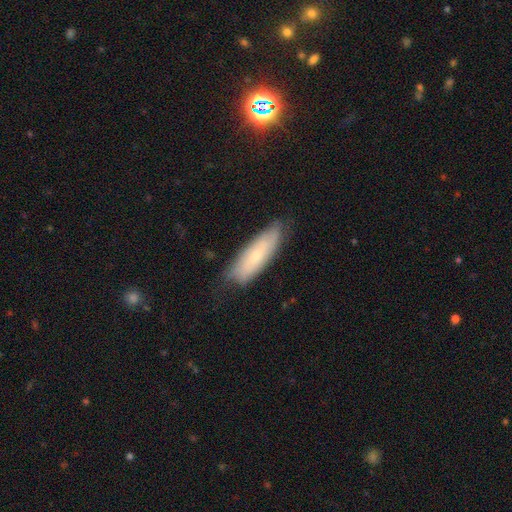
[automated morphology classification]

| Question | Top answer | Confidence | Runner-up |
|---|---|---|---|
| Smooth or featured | smooth | 54% | featured or disk (39%) |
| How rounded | in between | 52% | cigar-shaped (46%) |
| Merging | none | 70% | minor disturbance (23%) |